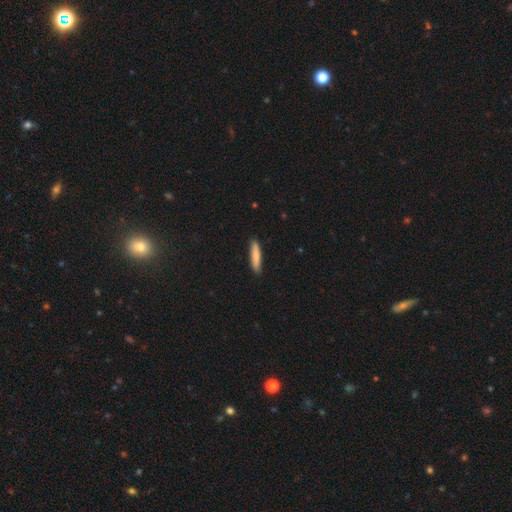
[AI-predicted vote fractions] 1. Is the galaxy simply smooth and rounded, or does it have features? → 82% smooth, 12% featured or disk, 6% star or artifact.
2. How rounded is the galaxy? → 87% cigar-shaped, 12% in between, 1% round.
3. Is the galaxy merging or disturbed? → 89% none, 9% minor disturbance, 2% major disturbance, 1% merger.